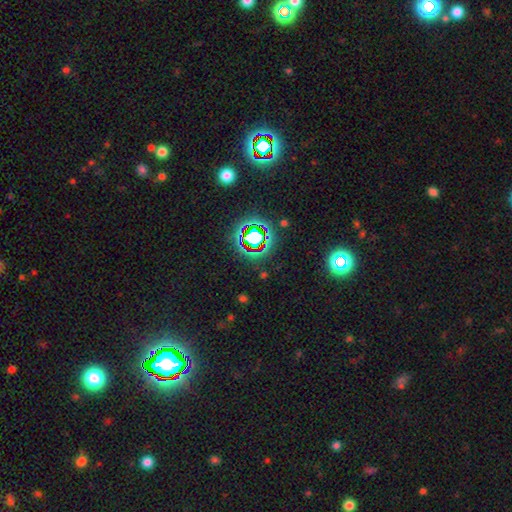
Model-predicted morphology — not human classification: This is likely a star or artifact rather than a galaxy (76%).